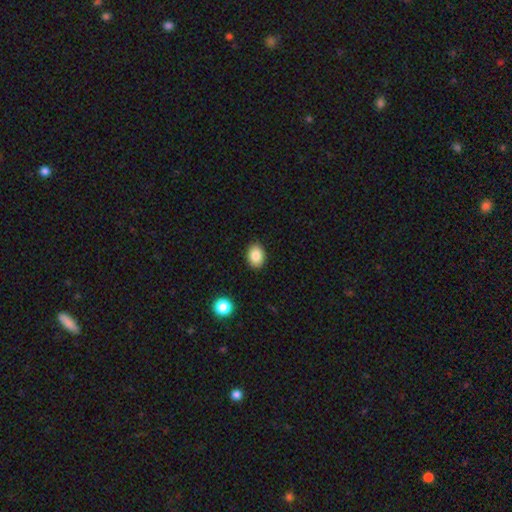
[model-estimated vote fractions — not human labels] Morphology: type=smooth (85%); roundness=in between (72%); merging=none (89%).